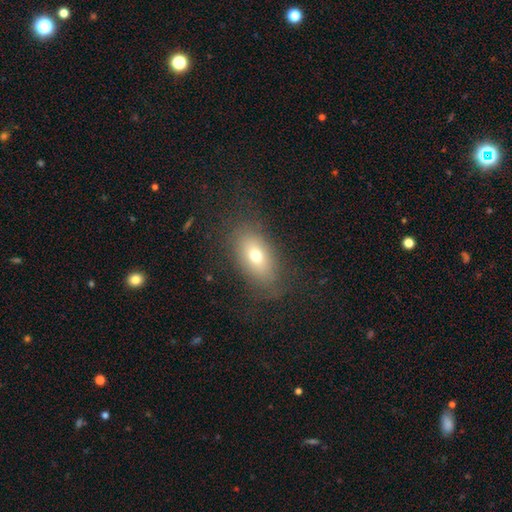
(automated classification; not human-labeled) Smooth or featured? Predicted: smooth (p=0.68). How rounded? Predicted: in between (p=0.85). Merging? Predicted: none (p=0.77).